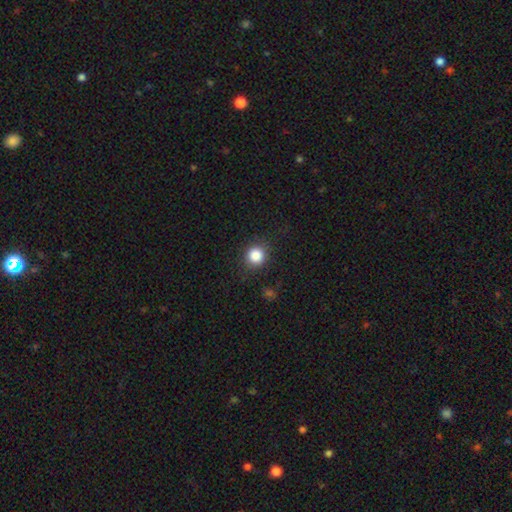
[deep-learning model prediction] The model was most divided on "smooth or featured": smooth: 85%, star or artifact: 11%, featured or disk: 5%. More confident: how rounded — round (90%); merging — none (86%).